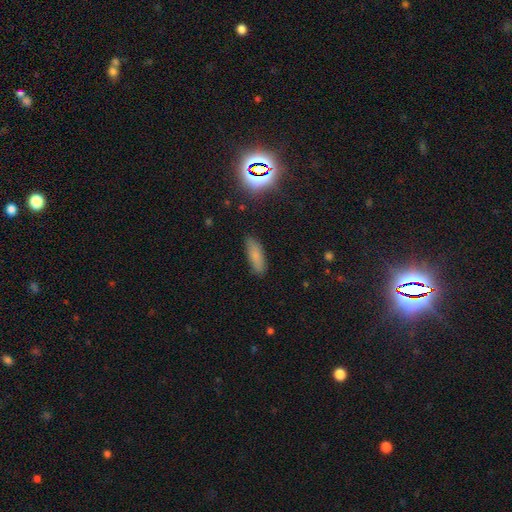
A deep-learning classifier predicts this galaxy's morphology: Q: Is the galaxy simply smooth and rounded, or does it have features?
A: smooth — 78%.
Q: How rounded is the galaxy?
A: in between — 62%.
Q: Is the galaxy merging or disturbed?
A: none — 85%.